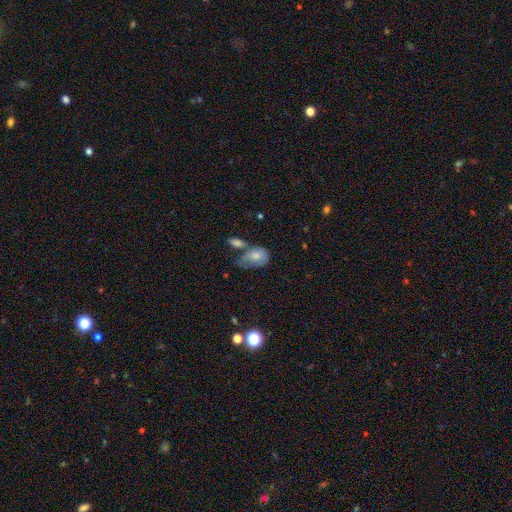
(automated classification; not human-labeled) The model was most divided on "merging": merger: 31%, minor disturbance: 26%, none: 25%, major disturbance: 18%. More confident: how rounded — in between (82%); smooth or featured — smooth (73%).